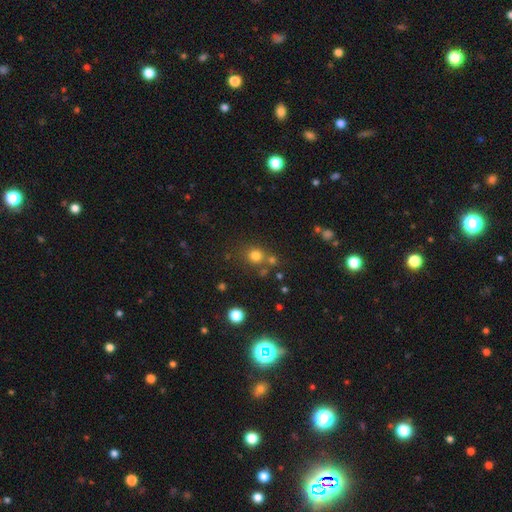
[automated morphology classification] Overall: smooth (76%). How rounded: round (86%). Merging: none (67%).